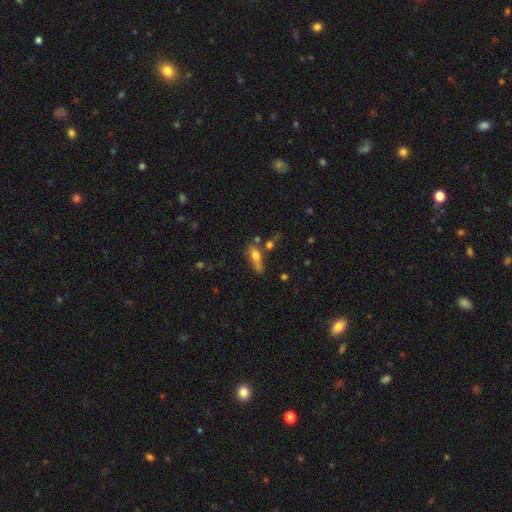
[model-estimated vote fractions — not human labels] smooth_or_featured: smooth (p=0.60) [alt: featured or disk p=0.31]
how_rounded: in between (p=0.56) [alt: cigar-shaped p=0.39]
merging: none (p=0.44) [alt: minor disturbance p=0.22]